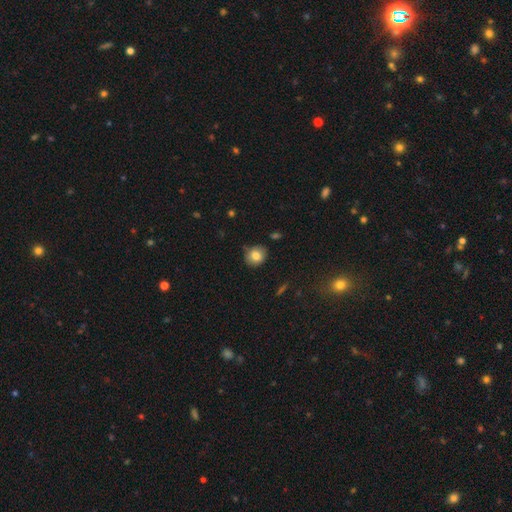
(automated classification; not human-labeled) The model was most divided on "how rounded": round: 81%, in between: 18%, cigar-shaped: 1%. More confident: smooth or featured — smooth (81%); merging — none (80%).